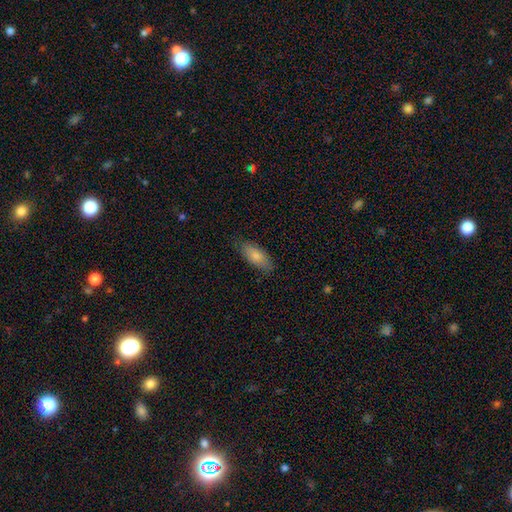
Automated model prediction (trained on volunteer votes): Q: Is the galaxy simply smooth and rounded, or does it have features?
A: smooth — 82%.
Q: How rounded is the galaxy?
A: in between — 84%.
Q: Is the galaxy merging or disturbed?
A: none — 81%.